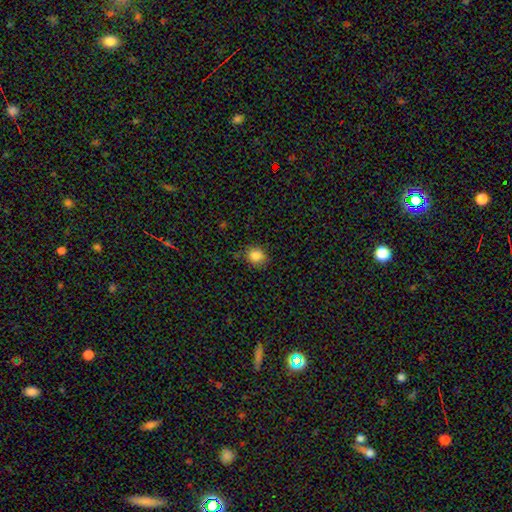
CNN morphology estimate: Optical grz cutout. It shows a smooth galaxy with no disk features (85%) that is round (73%). Merging: none (81%).